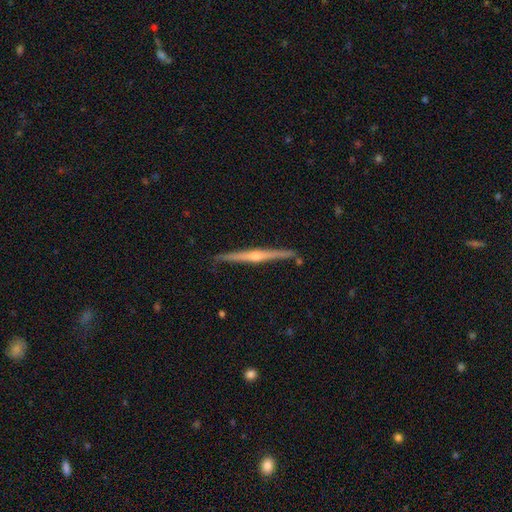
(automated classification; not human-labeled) Smooth or featured? Predicted: featured or disk (p=0.84). Edge-on disk? Predicted: yes (p=0.98). Edge-on bulge? Predicted: rounded (p=0.89). Merging? Predicted: none (p=0.88).